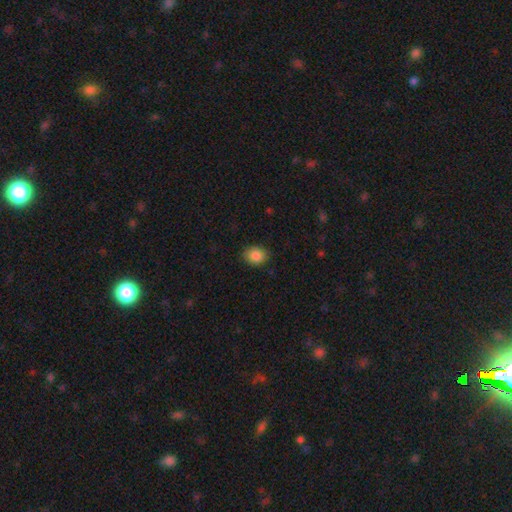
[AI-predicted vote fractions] Morphology: type=smooth (87%); roundness=in between (54%); merging=none (86%).